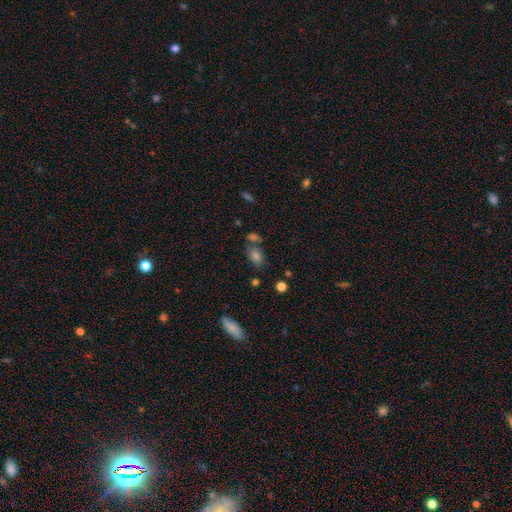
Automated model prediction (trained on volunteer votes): smooth 74%, star or artifact 16%, featured or disk 10%. Down the decision tree: how rounded — in between (74%); merging — none (62%).